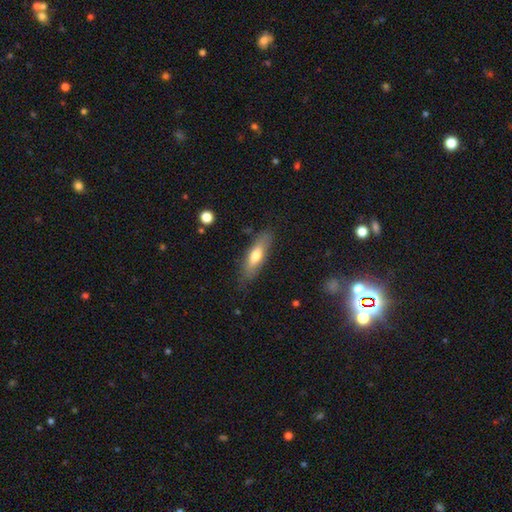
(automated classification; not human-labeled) The model was most divided on "how rounded": cigar-shaped: 56%, in between: 41%, round: 2%. More confident: merging — none (81%); smooth or featured — smooth (64%).